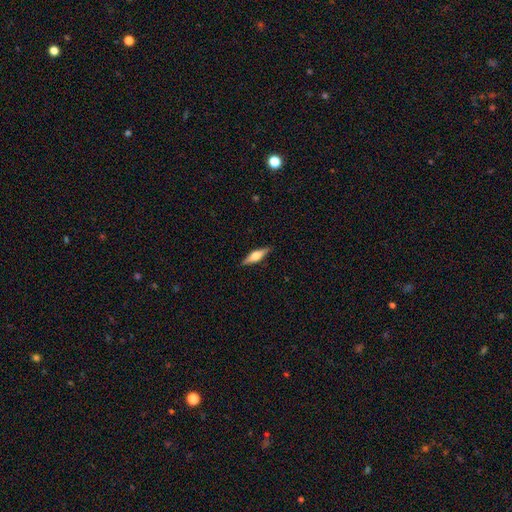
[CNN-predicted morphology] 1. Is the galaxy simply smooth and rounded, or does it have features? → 58% featured or disk, 36% smooth, 6% star or artifact.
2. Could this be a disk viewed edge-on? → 96% yes, 4% no.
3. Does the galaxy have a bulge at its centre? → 90% rounded, 8% boxy, 2% none.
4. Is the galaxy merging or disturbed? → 89% none, 8% minor disturbance, 2% major disturbance, 1% merger.